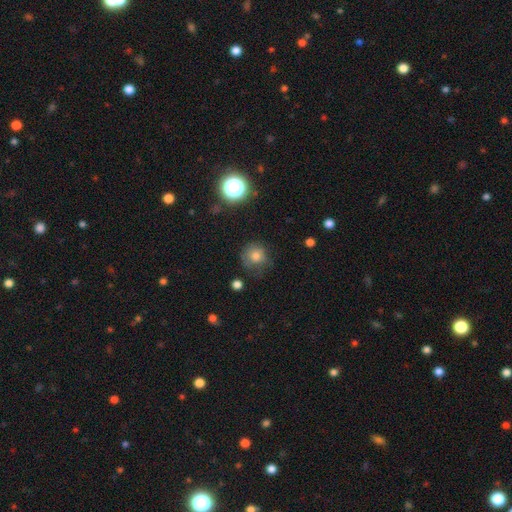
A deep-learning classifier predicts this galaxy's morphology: Smooth or featured?
  - smooth: 75% *
  - star or artifact: 13%
  - featured or disk: 12%
How rounded?
  - round: 88% *
  - in between: 11%
  - cigar-shaped: 1%
Merging?
  - none: 64% *
  - minor disturbance: 23%
  - major disturbance: 11%
  - merger: 2%